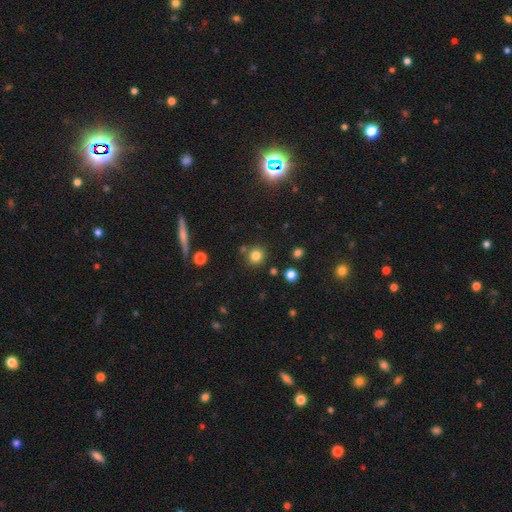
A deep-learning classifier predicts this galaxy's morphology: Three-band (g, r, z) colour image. It shows a smooth galaxy with no disk features (80%) that is round (91%). Merging: none (81%).